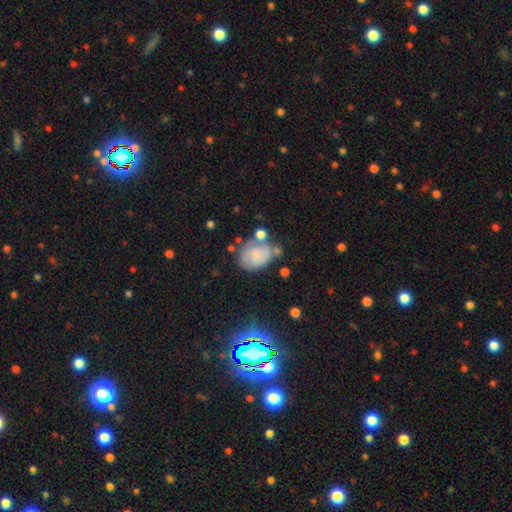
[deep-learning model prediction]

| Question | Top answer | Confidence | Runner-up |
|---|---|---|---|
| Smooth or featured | smooth | 61% | featured or disk (30%) |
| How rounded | in between | 54% | round (45%) |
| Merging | none | 45% | minor disturbance (25%) |